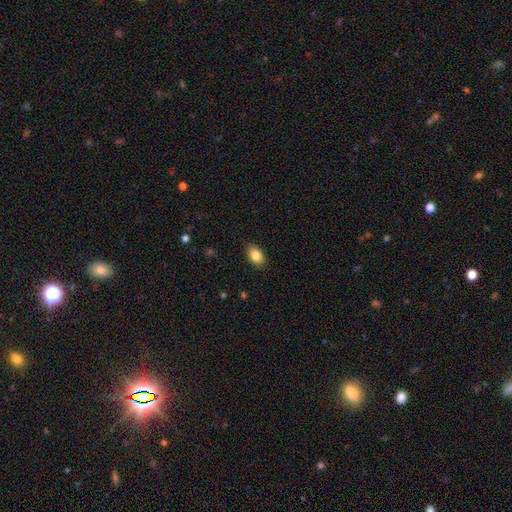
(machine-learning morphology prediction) smooth 84%, star or artifact 8%, featured or disk 8%. Down the decision tree: how rounded — in between (87%); merging — none (87%).